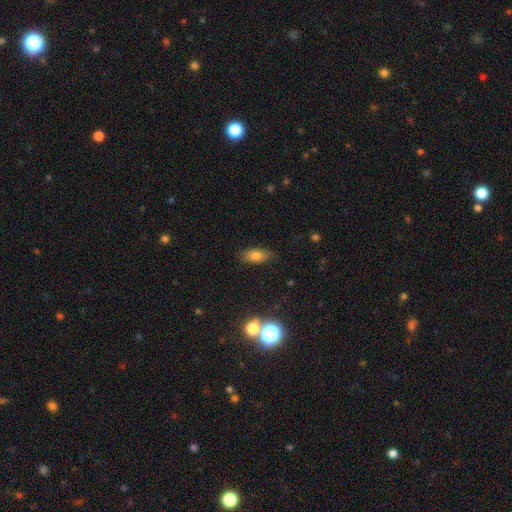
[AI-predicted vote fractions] Smooth or featured: smooth — 74% (featured or disk — 14%)
How rounded: in between — 85% (cigar-shaped — 9%)
Merging: none — 81% (minor disturbance — 14%)